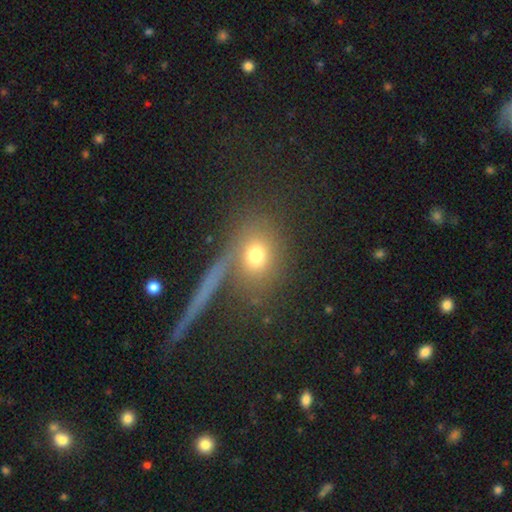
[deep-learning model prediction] This is likely a smooth galaxy (67%). How rounded: possibly round (54%). Merging: possibly none (53%).